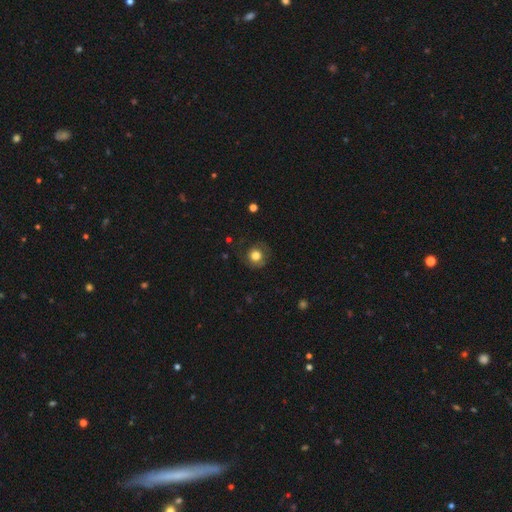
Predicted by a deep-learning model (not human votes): Smooth or featured: smooth — 74% (featured or disk — 16%)
How rounded: round — 89% (in between — 10%)
Merging: none — 73% (minor disturbance — 16%)